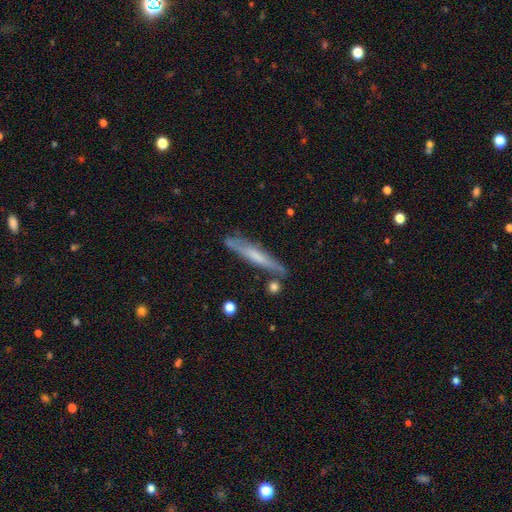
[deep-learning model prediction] Smooth or featured: featured or disk — 52% (smooth — 41%)
Edge-on disk: yes — 87% (no — 13%)
Merging: none — 75% (minor disturbance — 16%)